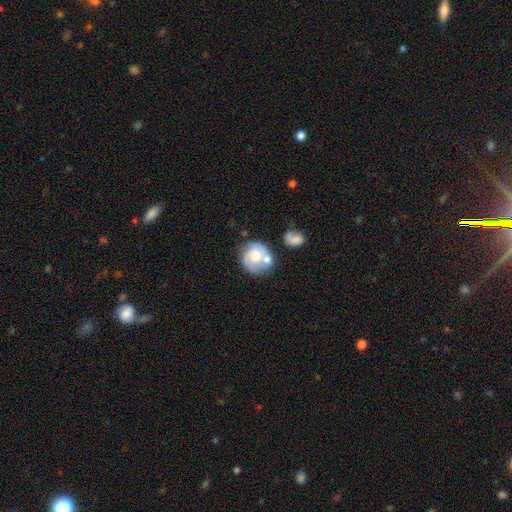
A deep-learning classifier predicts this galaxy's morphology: type=featured or disk (53%); edge-on=no (97%); bar=no (74%); spiral arms=yes (75%); bulge=moderate (58%); merging=none (48%).